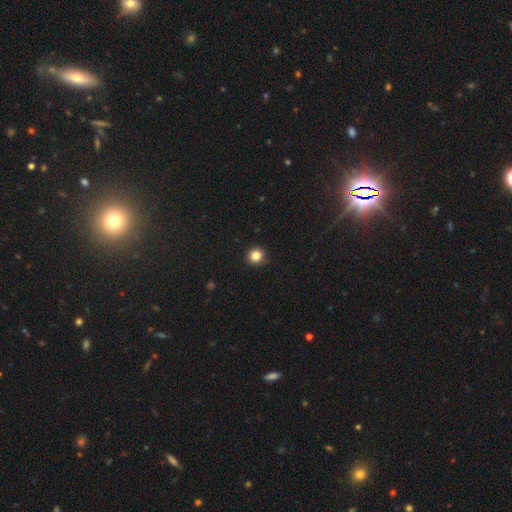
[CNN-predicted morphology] smooth_or_featured: smooth (p=0.84) [alt: star or artifact p=0.12]
how_rounded: round (p=0.93) [alt: in between p=0.06]
merging: none (p=0.90) [alt: minor disturbance p=0.07]